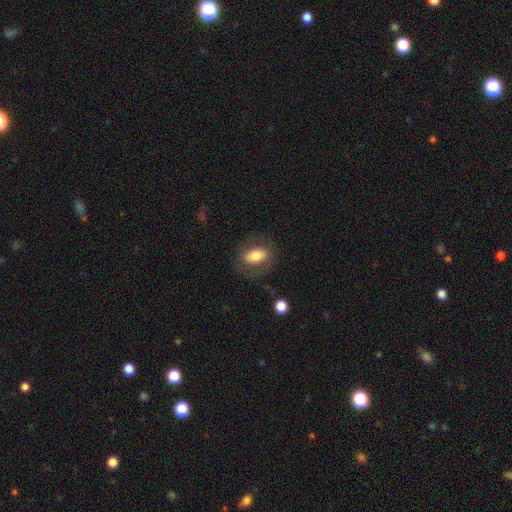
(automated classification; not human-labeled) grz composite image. It shows a smooth galaxy with no disk features (65%) that is in between round and cigar-shaped (86%). Merging: none (73%).